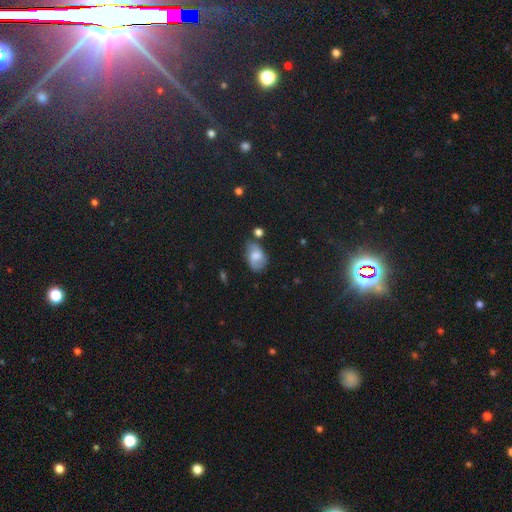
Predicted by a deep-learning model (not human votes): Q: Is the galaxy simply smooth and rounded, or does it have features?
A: smooth — 50%.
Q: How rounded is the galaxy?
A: in between — 84%.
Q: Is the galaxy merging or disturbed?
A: none — 60%.